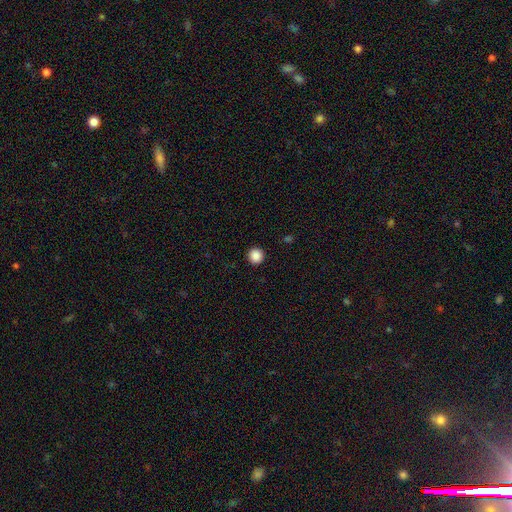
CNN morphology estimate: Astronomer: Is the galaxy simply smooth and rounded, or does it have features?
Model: smooth — 88%.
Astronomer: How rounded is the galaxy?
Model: round — 96%.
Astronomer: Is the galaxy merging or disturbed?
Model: none — 93%.